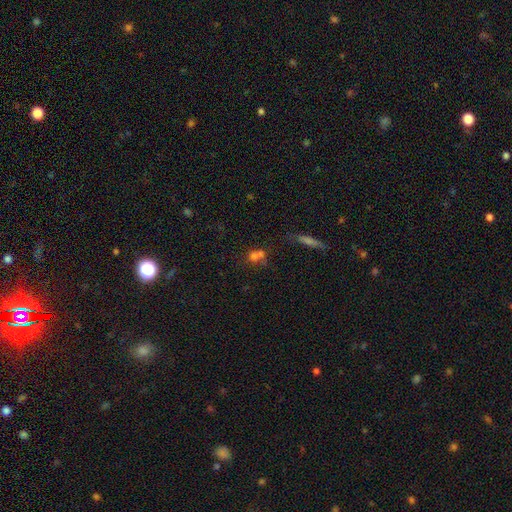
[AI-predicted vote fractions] This appears to be a smooth galaxy with no disk features (65%) that is round (73%). Merging: merger (46%).